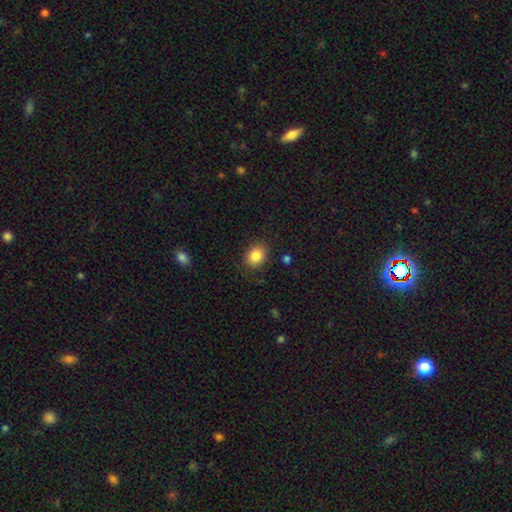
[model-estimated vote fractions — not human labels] The model was most divided on "how rounded": in between: 50%, round: 49%, cigar-shaped: 1%. More confident: smooth or featured — smooth (85%); merging — none (84%).